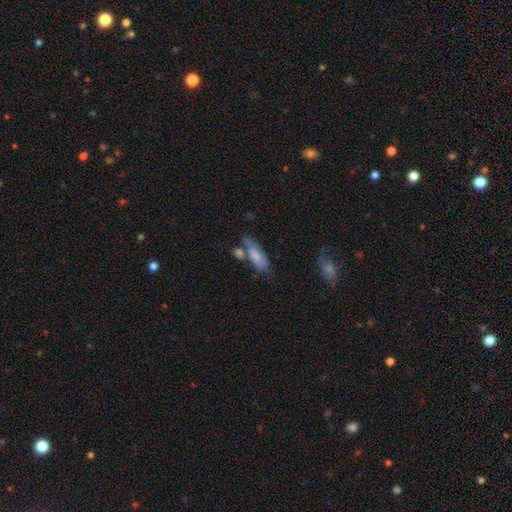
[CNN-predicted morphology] Q: Smooth or featured?
A: smooth (72%); runner-up: featured or disk (21%)
Q: How rounded?
A: in between (67%); runner-up: cigar-shaped (30%)
Q: Merging?
A: none (47%); runner-up: merger (24%)